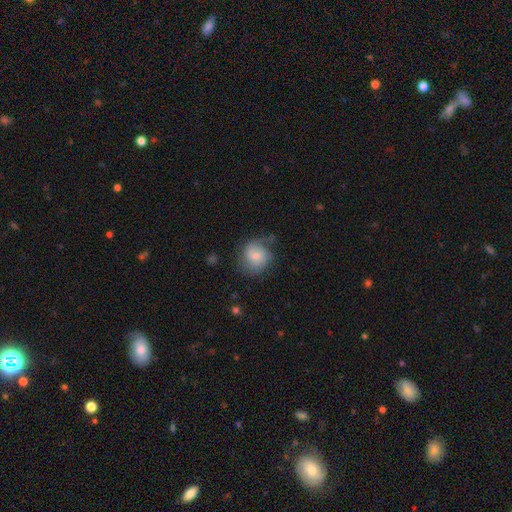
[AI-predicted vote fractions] This appears to be a smooth galaxy with no disk features (48%). Merging: none (54%).